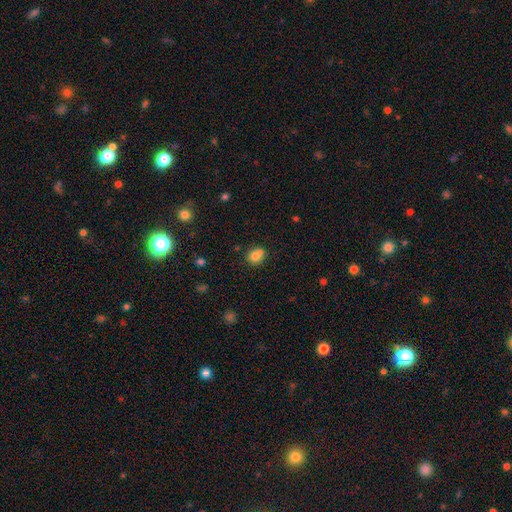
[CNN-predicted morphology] Smooth or featured?
  - smooth: 78% *
  - star or artifact: 11%
  - featured or disk: 11%
How rounded?
  - round: 60% *
  - in between: 39%
  - cigar-shaped: 1%
Merging?
  - none: 56% *
  - merger: 20%
  - minor disturbance: 19%
  - major disturbance: 5%